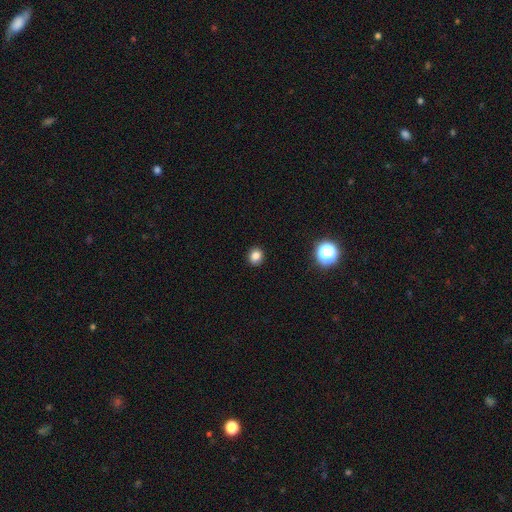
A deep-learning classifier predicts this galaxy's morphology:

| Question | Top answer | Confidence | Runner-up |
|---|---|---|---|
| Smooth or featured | smooth | 82% | star or artifact (13%) |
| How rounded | round | 79% | in between (20%) |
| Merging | none | 91% | minor disturbance (6%) |